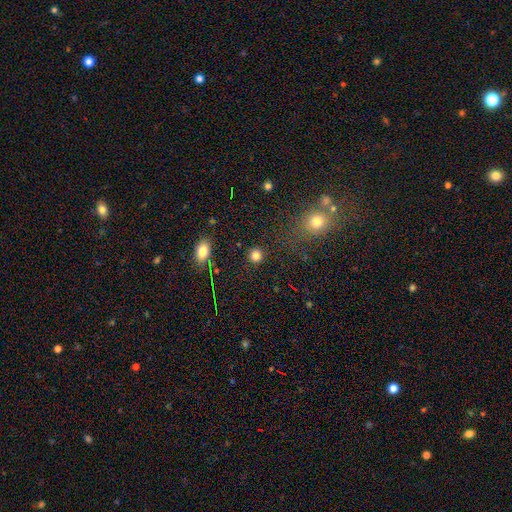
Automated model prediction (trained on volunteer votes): Smooth or featured: smooth — 84% (star or artifact — 12%)
How rounded: round — 91% (in between — 8%)
Merging: none — 90% (minor disturbance — 6%)